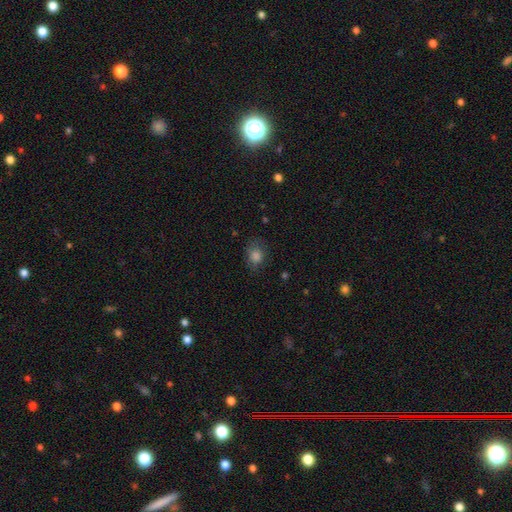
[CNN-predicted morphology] smooth-or-featured: smooth: 81% | star or artifact: 12% | featured or disk: 7%
  how-rounded: round: 50% | in between: 49% | cigar-shaped: 1%
  merging: none: 68% | minor disturbance: 22% | major disturbance: 8% | merger: 1%